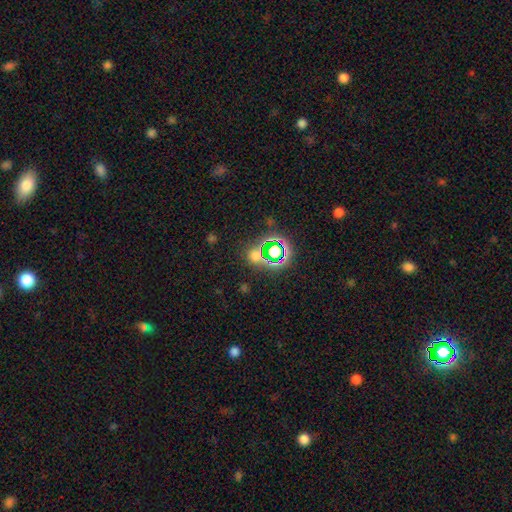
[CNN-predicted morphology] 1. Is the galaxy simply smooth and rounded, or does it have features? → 54% star or artifact, 37% smooth, 9% featured or disk.